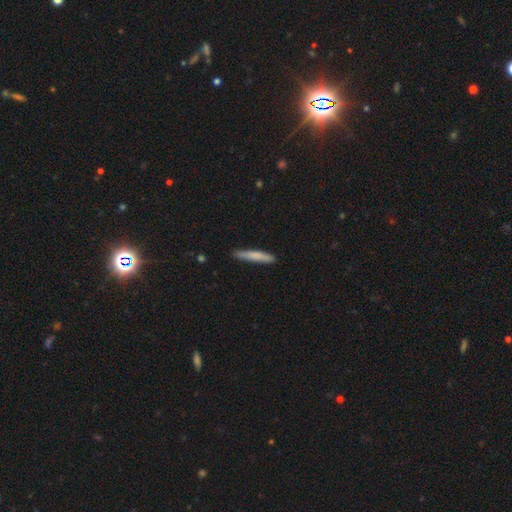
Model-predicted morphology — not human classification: A smooth galaxy with no disk features (76%) that is cigar-shaped (93%). Merging: none (85%).